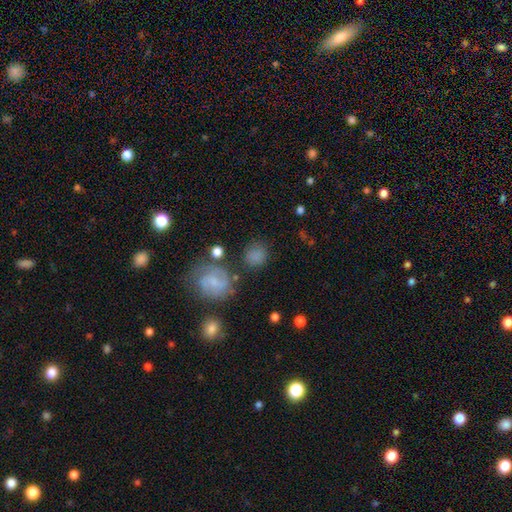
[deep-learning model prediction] Smooth or featured: smooth — 78% (featured or disk — 11%)
How rounded: round — 82% (in between — 17%)
Merging: none — 71% (minor disturbance — 14%)